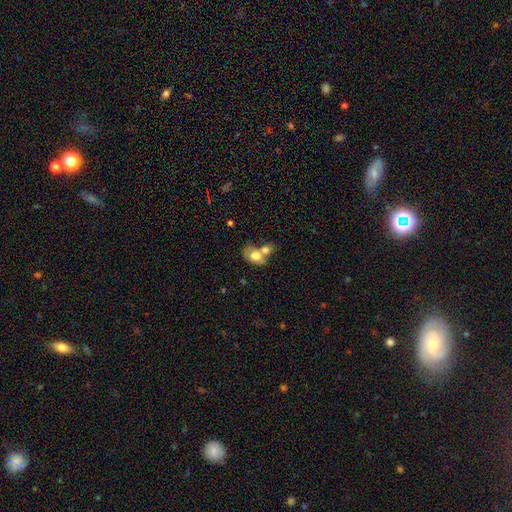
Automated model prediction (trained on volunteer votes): Smooth or featured? smooth (70%)
How rounded? in between (71%)
Merging? merger (64%)